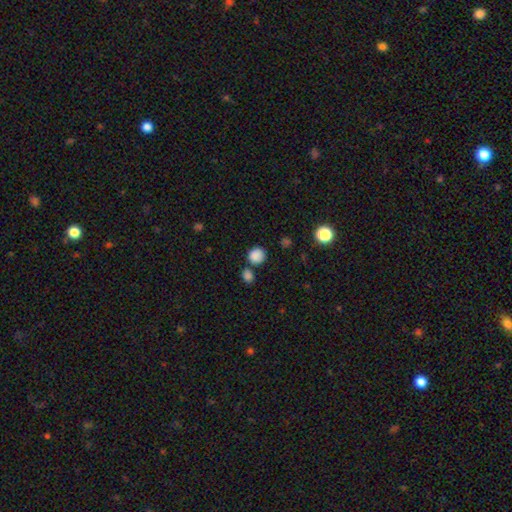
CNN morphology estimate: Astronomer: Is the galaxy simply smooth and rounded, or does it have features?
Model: smooth — 85%.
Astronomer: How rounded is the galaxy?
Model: round — 84%.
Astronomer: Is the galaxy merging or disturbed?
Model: none — 71%.